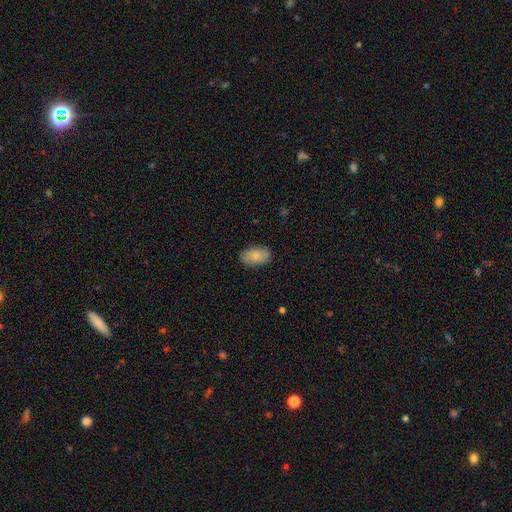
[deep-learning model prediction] Smooth or featured? smooth (76%)
How rounded? in between (91%)
Merging? none (79%)